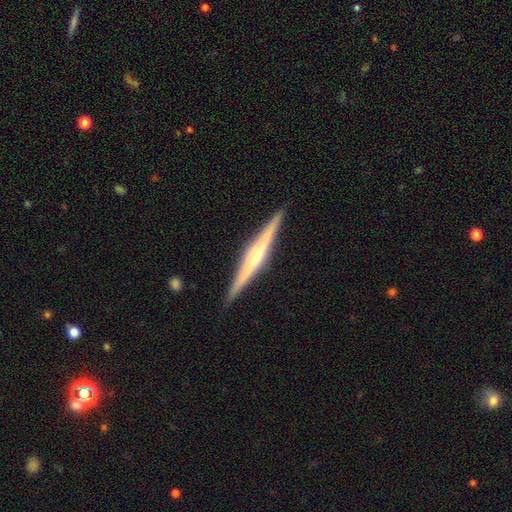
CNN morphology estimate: type=featured or disk (73%); edge-on=yes (98%); edge-on bulge=rounded (57%); merging=none (92%).